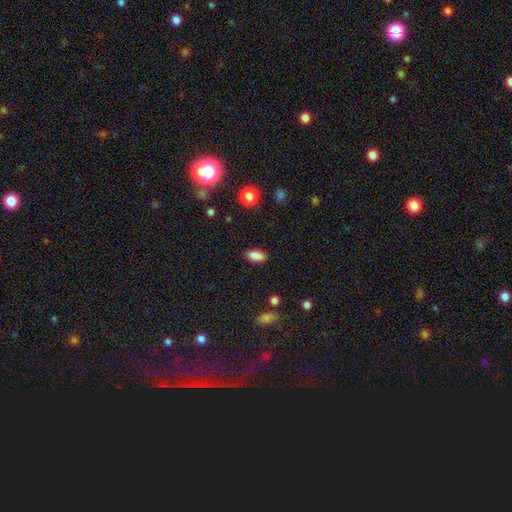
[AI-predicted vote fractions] smooth-or-featured: smooth: 86% | star or artifact: 9% | featured or disk: 5%
  how-rounded: in between: 91% | cigar-shaped: 5% | round: 4%
  merging: none: 87% | minor disturbance: 10% | major disturbance: 2% | merger: 1%